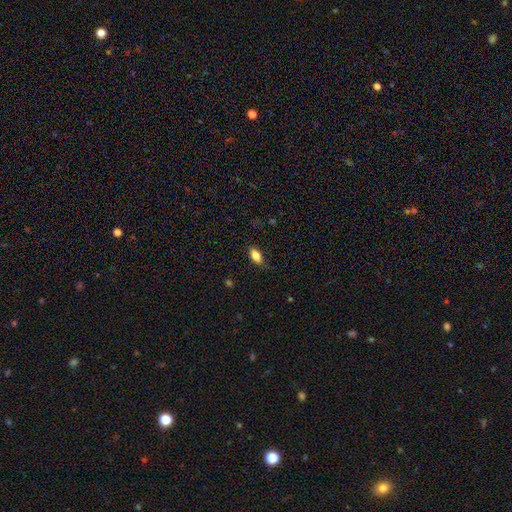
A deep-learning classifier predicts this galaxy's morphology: A smooth galaxy with no disk features (83%) that is in between round and cigar-shaped (88%). Merging: none (79%).